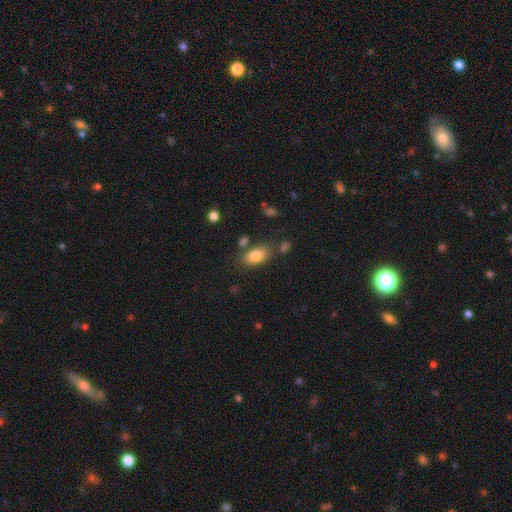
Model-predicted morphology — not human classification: Smooth or featured? smooth (83%)
How rounded? in between (91%)
Merging? none (74%)